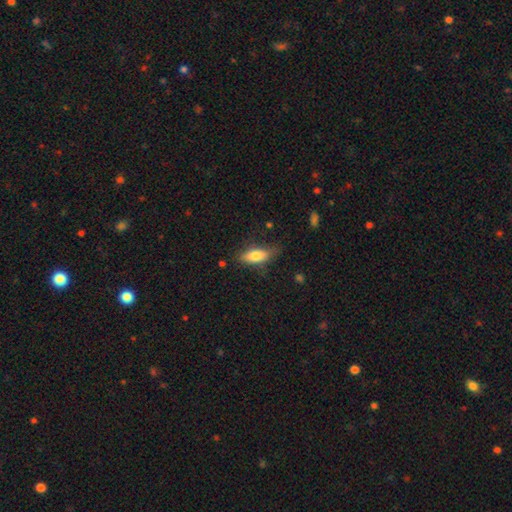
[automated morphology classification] Overall: smooth (75%). How rounded: in between (73%). Merging: none (70%).